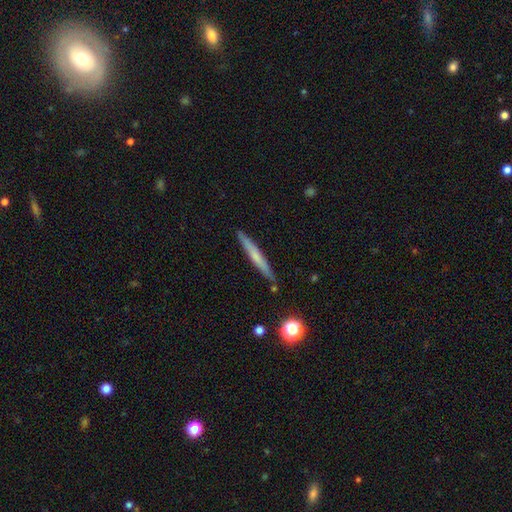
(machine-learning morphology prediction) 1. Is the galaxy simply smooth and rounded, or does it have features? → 52% smooth, 41% featured or disk, 6% star or artifact.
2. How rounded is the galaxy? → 96% cigar-shaped, 3% in between, 1% round.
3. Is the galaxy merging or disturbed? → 88% none, 9% minor disturbance, 2% merger, 2% major disturbance.